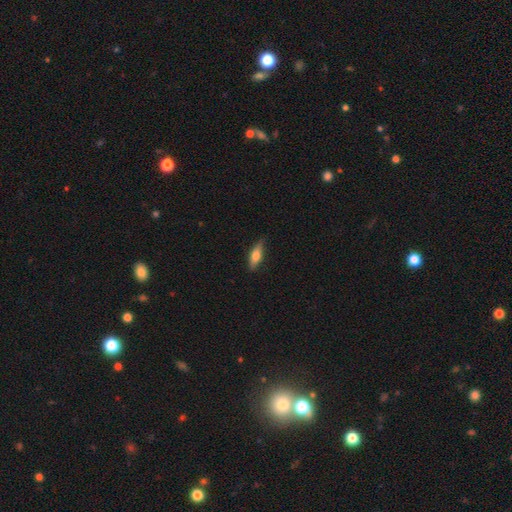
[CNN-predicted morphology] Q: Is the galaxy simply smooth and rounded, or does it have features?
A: smooth — 62%.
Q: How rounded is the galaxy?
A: in between — 53%.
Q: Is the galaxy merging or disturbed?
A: none — 82%.